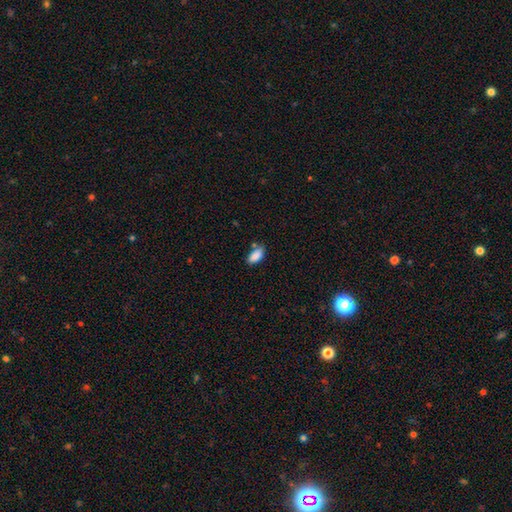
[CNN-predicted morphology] Smooth or featured?
  - smooth: 88% *
  - star or artifact: 8%
  - featured or disk: 4%
How rounded?
  - in between: 90% *
  - cigar-shaped: 8%
  - round: 3%
Merging?
  - none: 69% *
  - minor disturbance: 19%
  - merger: 8%
  - major disturbance: 4%